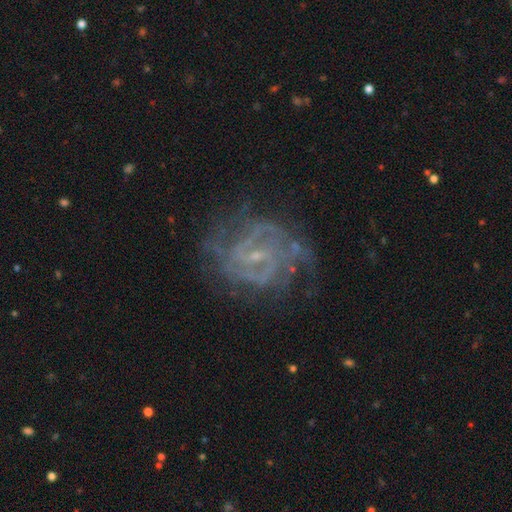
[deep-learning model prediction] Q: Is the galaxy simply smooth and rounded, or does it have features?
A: featured or disk — 84%.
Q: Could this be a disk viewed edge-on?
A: no — 98%.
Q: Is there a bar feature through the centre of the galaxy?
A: weak — 50%.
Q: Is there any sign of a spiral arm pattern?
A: yes — 94%.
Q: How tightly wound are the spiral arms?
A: tight — 55%.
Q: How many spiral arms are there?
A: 2 — 32%.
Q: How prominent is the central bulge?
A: small — 76%.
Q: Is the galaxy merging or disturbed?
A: none — 70%.